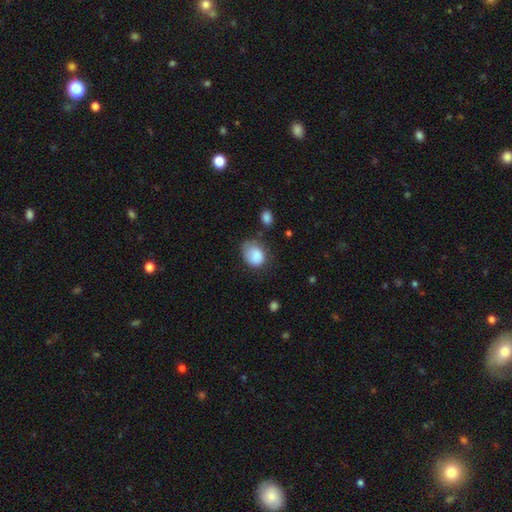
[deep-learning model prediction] A smooth galaxy with no disk features (84%) that is in between round and cigar-shaped (58%).

Vote fractions:
- Smooth or featured? smooth: 84% / featured or disk: 9% / star or artifact: 7%
- How rounded? in between: 58% / round: 41% / cigar-shaped: 1%
- Merging? none: 44% / minor disturbance: 36% / major disturbance: 16% / merger: 4%